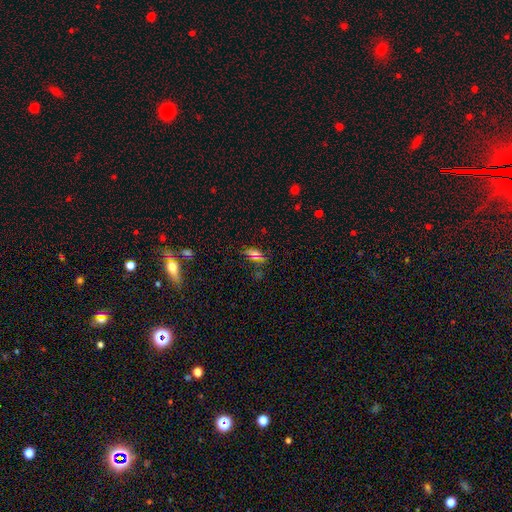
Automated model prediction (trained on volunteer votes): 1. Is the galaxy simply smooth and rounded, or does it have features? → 51% smooth, 36% star or artifact, 13% featured or disk.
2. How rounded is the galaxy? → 75% in between, 14% round, 10% cigar-shaped.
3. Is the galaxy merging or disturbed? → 76% none, 14% minor disturbance, 6% major disturbance, 4% merger.